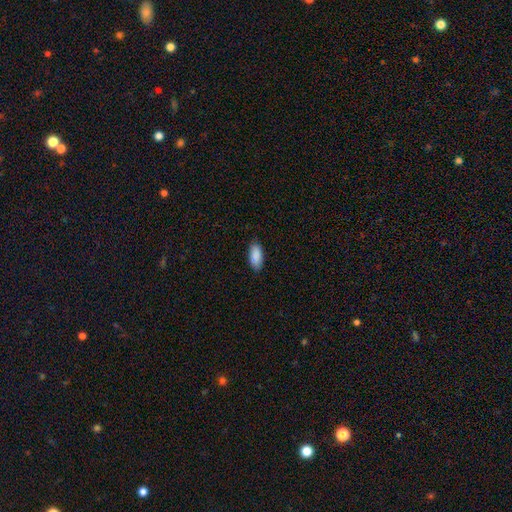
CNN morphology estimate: This appears to be a smooth galaxy with no disk features (90%) that is in between round and cigar-shaped (88%). Merging: none (83%).